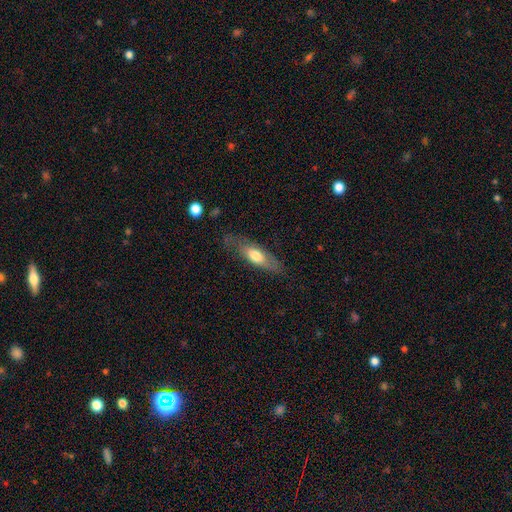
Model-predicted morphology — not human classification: This is possibly a smooth galaxy (58%). How rounded: possibly in between (53%). Merging: likely none (71%).